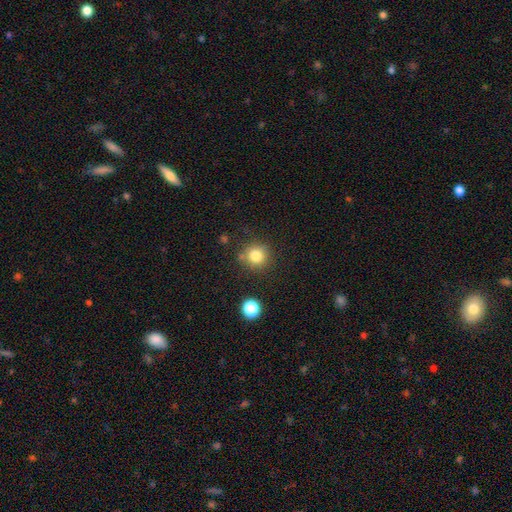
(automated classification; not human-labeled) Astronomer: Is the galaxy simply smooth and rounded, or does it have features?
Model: smooth — 81%.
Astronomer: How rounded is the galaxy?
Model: round — 92%.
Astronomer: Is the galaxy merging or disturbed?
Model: none — 81%.